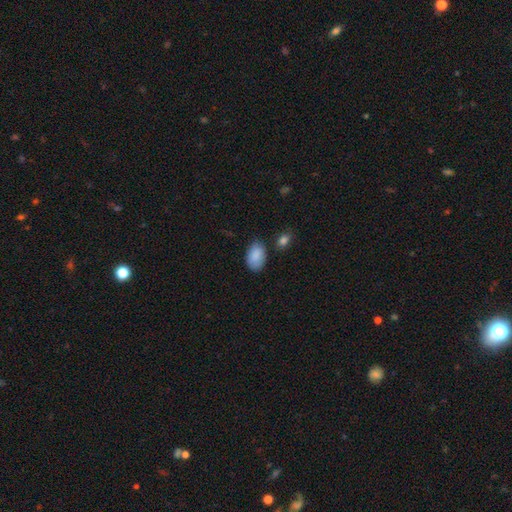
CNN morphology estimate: Smooth or featured? smooth (89%)
How rounded? in between (91%)
Merging? none (74%)